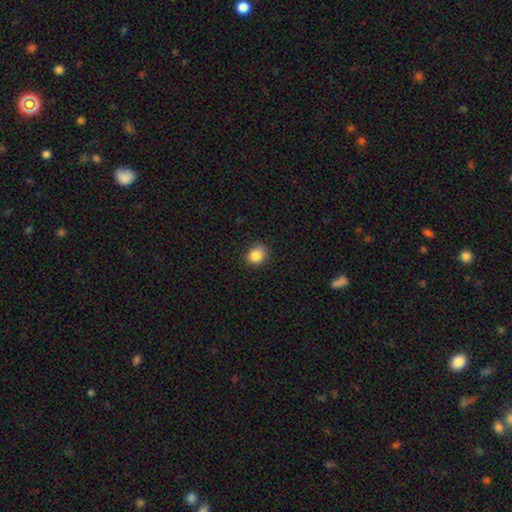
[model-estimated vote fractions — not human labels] Smooth or featured? smooth (85%)
How rounded? round (68%)
Merging? none (76%)